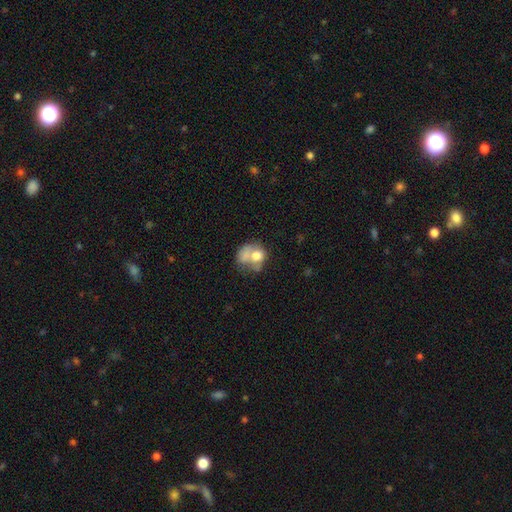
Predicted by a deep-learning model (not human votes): Smooth or featured? smooth (64%)
How rounded? round (53%)
Merging? merger (47%)